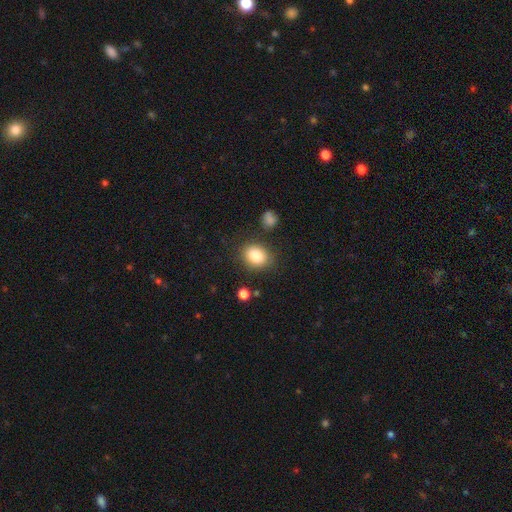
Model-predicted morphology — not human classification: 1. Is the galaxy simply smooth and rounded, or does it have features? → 85% smooth, 9% star or artifact, 6% featured or disk.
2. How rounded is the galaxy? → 56% in between, 43% round, 1% cigar-shaped.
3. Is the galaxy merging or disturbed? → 80% none, 12% minor disturbance, 4% major disturbance, 4% merger.